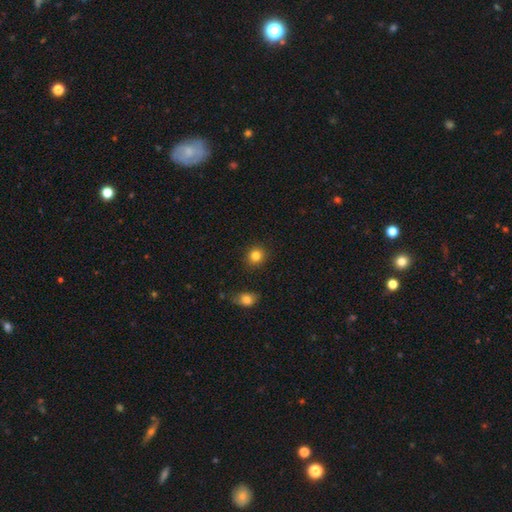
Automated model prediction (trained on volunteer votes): This is clearly a smooth galaxy (83%). How rounded: clearly round (85%). Merging: clearly none (89%).